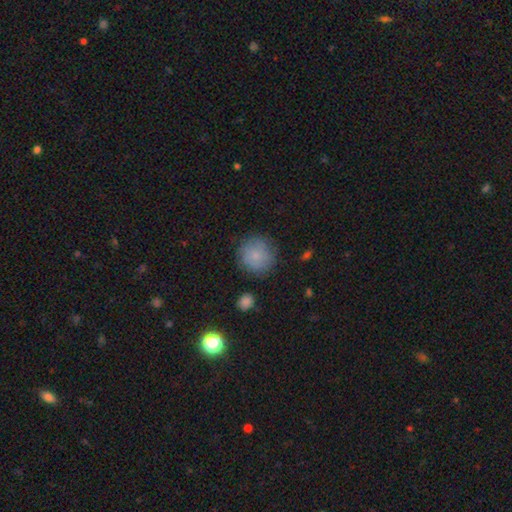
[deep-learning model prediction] Smooth or featured? Predicted: smooth (p=0.80). How rounded? Predicted: round (p=0.93). Merging? Predicted: none (p=0.80).